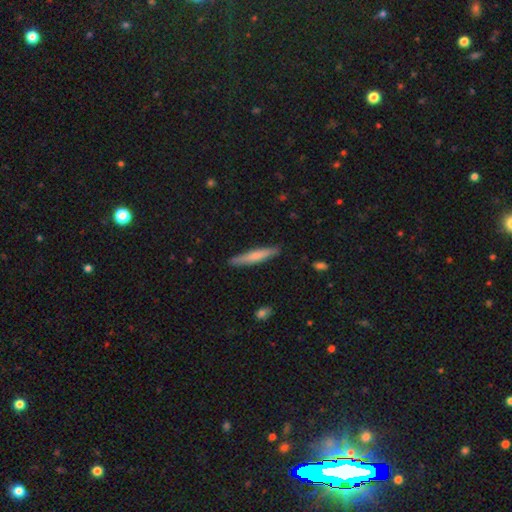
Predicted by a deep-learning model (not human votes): smooth-or-featured: smooth: 65% | featured or disk: 29% | star or artifact: 5%
  how-rounded: cigar-shaped: 93% | in between: 6% | round: 1%
  merging: none: 89% | minor disturbance: 8% | major disturbance: 2% | merger: 1%